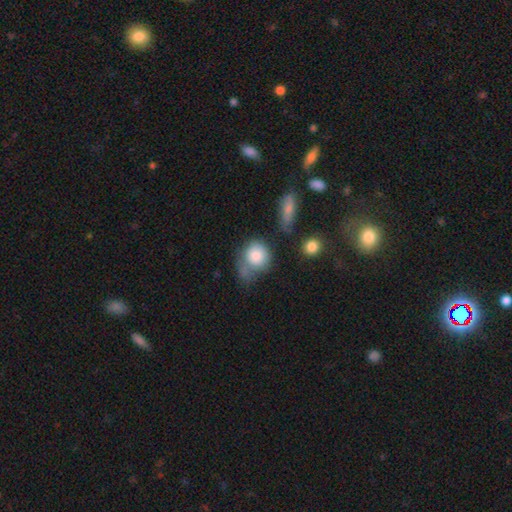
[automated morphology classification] type=smooth (81%); roundness=round (69%); merging=none (37%).